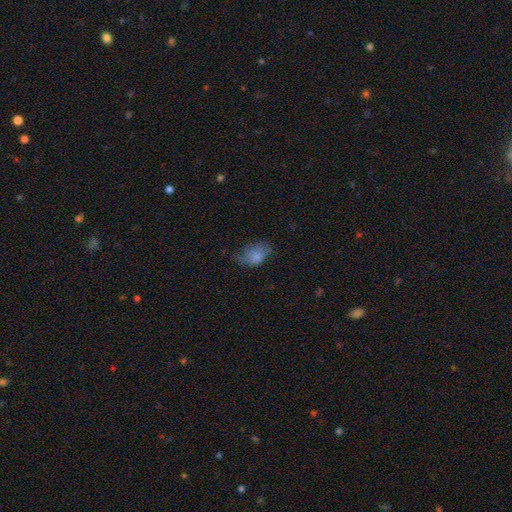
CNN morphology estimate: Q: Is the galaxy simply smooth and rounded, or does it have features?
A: smooth — 73%.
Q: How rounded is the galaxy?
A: in between — 84%.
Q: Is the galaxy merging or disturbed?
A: none — 37%.